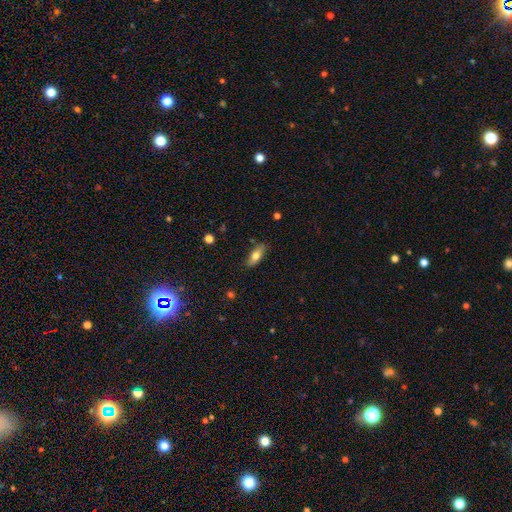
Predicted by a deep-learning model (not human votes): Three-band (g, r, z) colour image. It shows a smooth galaxy with no disk features (71%) that is in between round and cigar-shaped (75%). Merging: none (83%).